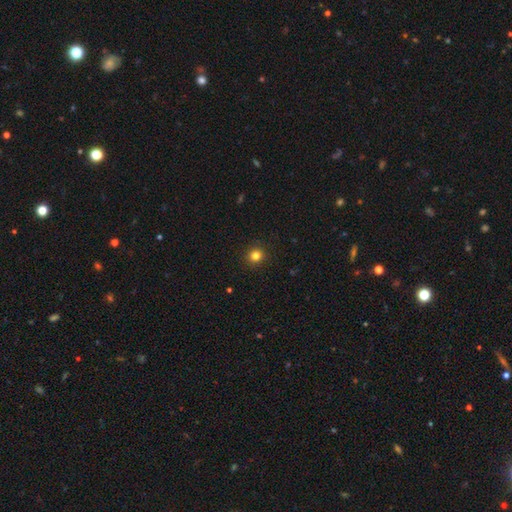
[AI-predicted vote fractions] A smooth galaxy with no disk features (81%) that is round (91%). Merging: none (92%).